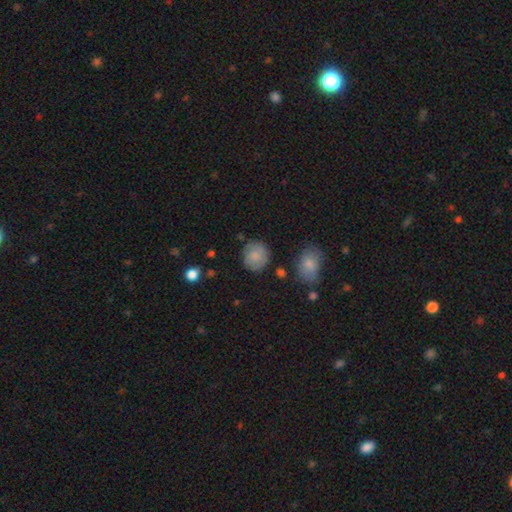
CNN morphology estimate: This appears to be a smooth galaxy with no disk features (81%) that is round (84%). Merging: none (79%).